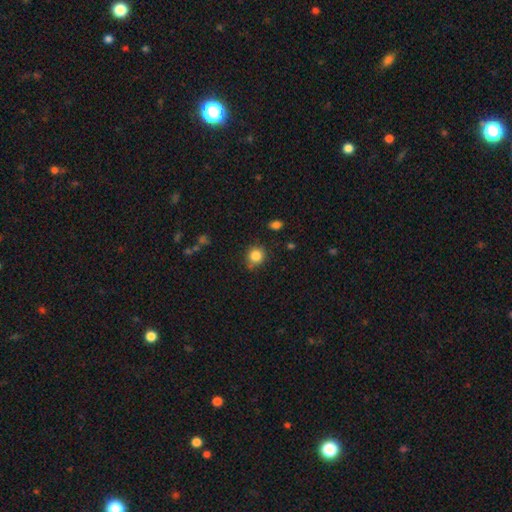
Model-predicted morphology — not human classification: Smooth or featured?
  - smooth: 85% *
  - star or artifact: 10%
  - featured or disk: 5%
How rounded?
  - round: 88% *
  - in between: 11%
  - cigar-shaped: 1%
Merging?
  - none: 78% *
  - minor disturbance: 14%
  - merger: 4%
  - major disturbance: 4%